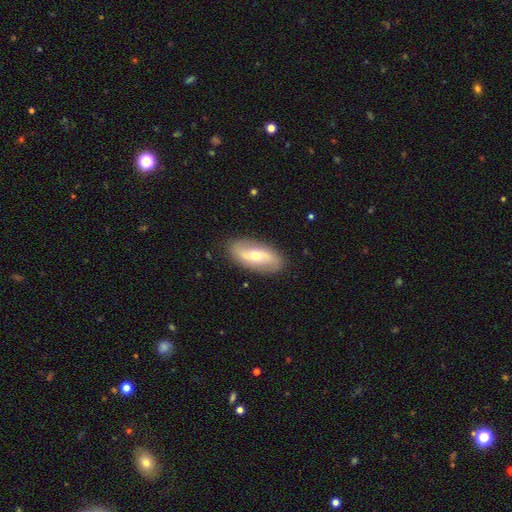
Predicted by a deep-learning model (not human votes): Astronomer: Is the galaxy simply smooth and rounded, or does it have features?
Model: featured or disk — 66%.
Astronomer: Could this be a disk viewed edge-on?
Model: no — 89%.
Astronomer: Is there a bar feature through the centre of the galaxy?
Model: no — 43% (runner-up: weak, 36%).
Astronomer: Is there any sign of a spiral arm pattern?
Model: yes — 79%.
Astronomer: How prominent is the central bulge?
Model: moderate — 64%.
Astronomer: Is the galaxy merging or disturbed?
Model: none — 87%.